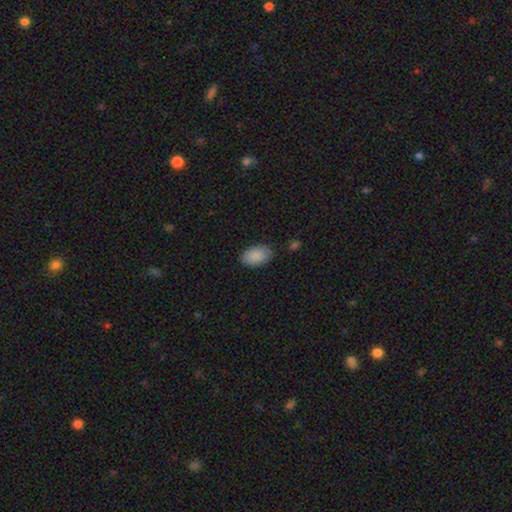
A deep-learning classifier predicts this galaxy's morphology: Q: Smooth or featured?
A: smooth (89%); runner-up: star or artifact (6%)
Q: How rounded?
A: in between (92%); runner-up: round (7%)
Q: Merging?
A: none (83%); runner-up: minor disturbance (13%)